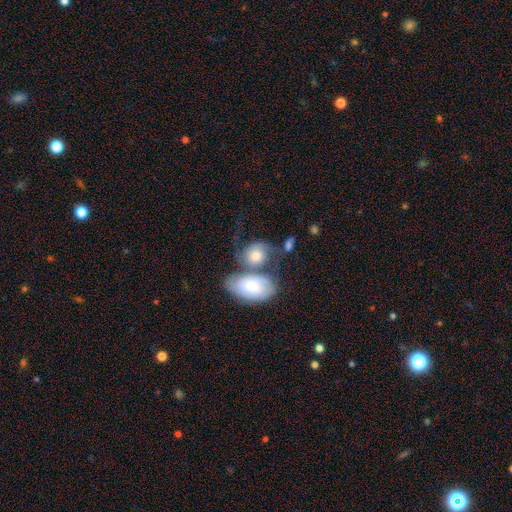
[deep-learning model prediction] Q: Smooth or featured?
A: smooth (55%); runner-up: featured or disk (38%)
Q: How rounded?
A: in between (55%); runner-up: round (44%)
Q: Merging?
A: merger (45%); runner-up: none (28%)